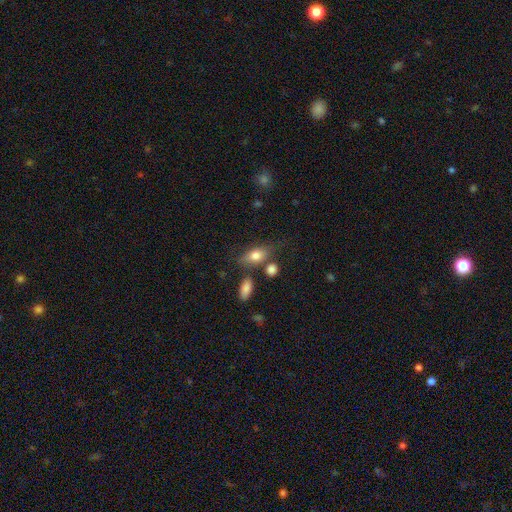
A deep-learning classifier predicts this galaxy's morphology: This is likely a smooth galaxy (76%). How rounded: likely in between (80%). Merging: possibly none (59%).